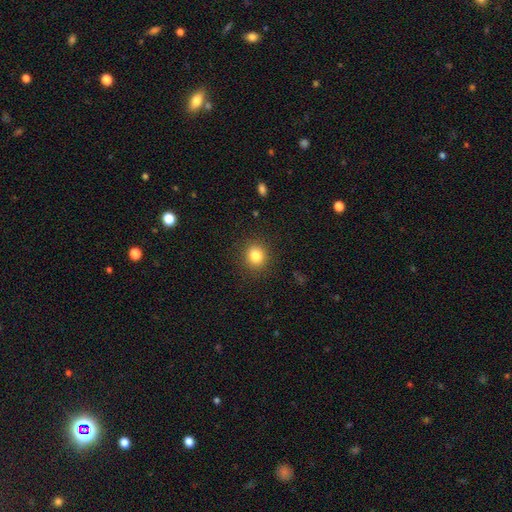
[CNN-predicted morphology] type=smooth (83%); roundness=round (83%); merging=none (89%).